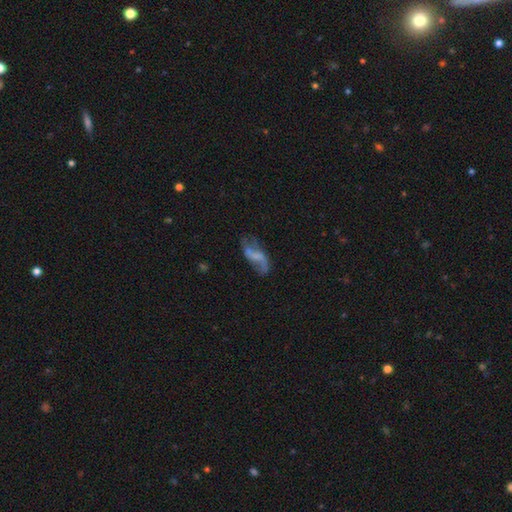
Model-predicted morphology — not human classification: smooth-or-featured: featured or disk: 68% | smooth: 22% | star or artifact: 9%
  disk-edge-on: no: 94% | yes: 6%
    bar: no: 41% | weak: 39% | strong: 20%
    has-spiral-arms: yes: 82% | no: 18%
      spiral-winding: loose: 80% | medium: 15% | tight: 4%
      spiral-arm-count: 2: 85% | 1: 7% | can't tell: 6% | 3: 1% | 4: 1% | more than 4: 1%
    bulge-size: none: 56% | small: 24% | moderate: 14% | large: 5% | dominant: 1%
  merging: none: 53% | minor disturbance: 21% | major disturbance: 20% | merger: 6%